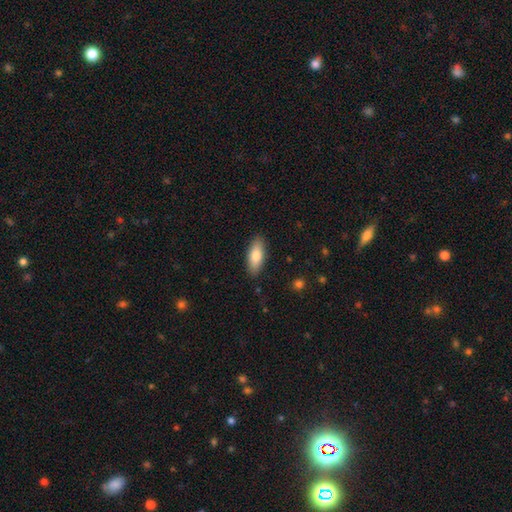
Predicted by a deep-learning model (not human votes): This is likely a smooth galaxy (79%). How rounded: likely in between (77%). Merging: clearly none (88%).